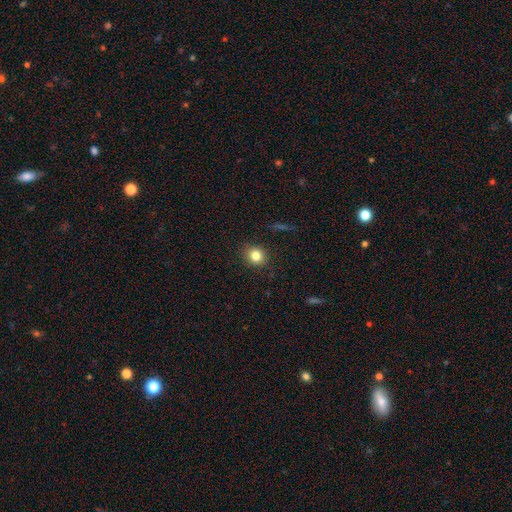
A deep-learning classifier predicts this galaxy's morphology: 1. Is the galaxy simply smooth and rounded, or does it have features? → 82% smooth, 12% star or artifact, 7% featured or disk.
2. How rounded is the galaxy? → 79% round, 20% in between, 1% cigar-shaped.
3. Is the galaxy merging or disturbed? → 89% none, 7% minor disturbance, 2% major disturbance, 1% merger.